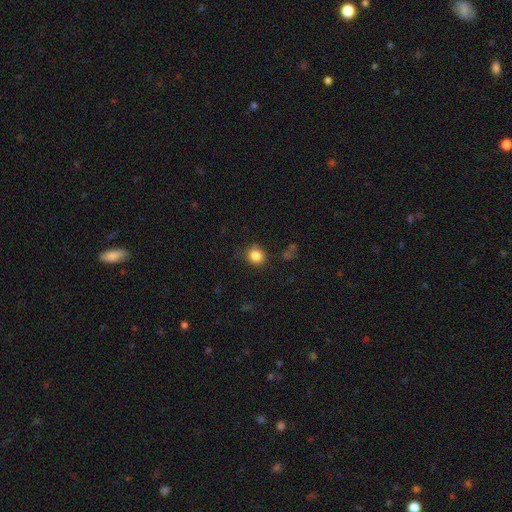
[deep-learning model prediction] Smooth or featured? Predicted: smooth (p=0.85). How rounded? Predicted: round (p=0.85). Merging? Predicted: none (p=0.82).